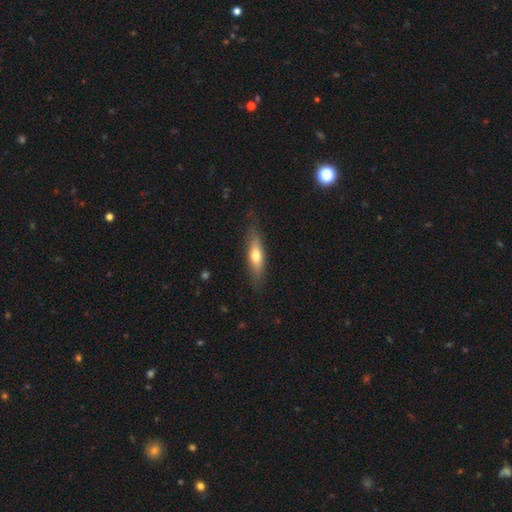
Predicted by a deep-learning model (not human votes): Overall: smooth (60%; featured or disk 34%). How rounded: cigar-shaped (59%; in between 38%). Merging: none (80%).